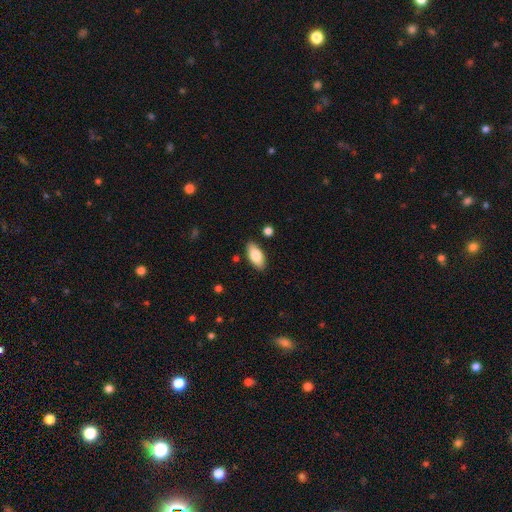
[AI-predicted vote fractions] A smooth galaxy with no disk features (82%) that is in between round and cigar-shaped (91%). Merging: none (86%).